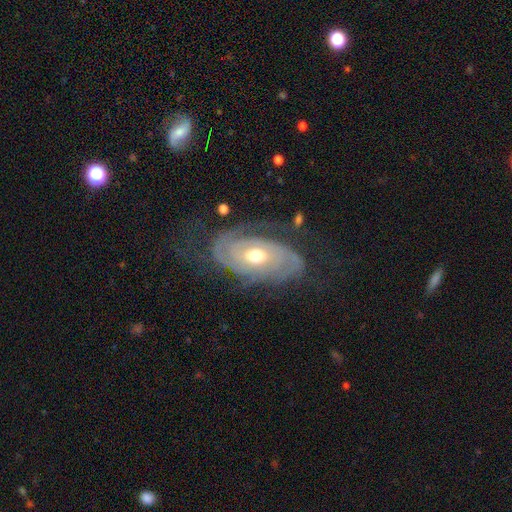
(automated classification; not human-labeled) A featured or disk galaxy (83%) with no bar (68%), 2 (47%) tight (59%) spiral arms (90%) and a moderate central bulge (73%).

Vote fractions:
- Smooth or featured? featured or disk: 83% / smooth: 12% / star or artifact: 5%
- Edge-on disk? no: 94% / yes: 6%
- Bar? no: 68% / weak: 24% / strong: 7%
- Spiral arms? yes: 90% / no: 10%
- Spiral winding? tight: 59% / medium: 29% / loose: 12%
- Spiral arm count? 2: 47% / can't tell: 29% / 3: 10% / 1: 6% / 4: 4% / more than 4: 4%
- Bulge size? moderate: 73% / small: 19% / large: 7% / dominant: 1% / none: 1%
- Merging? none: 61% / minor disturbance: 21% / major disturbance: 17% / merger: 2%